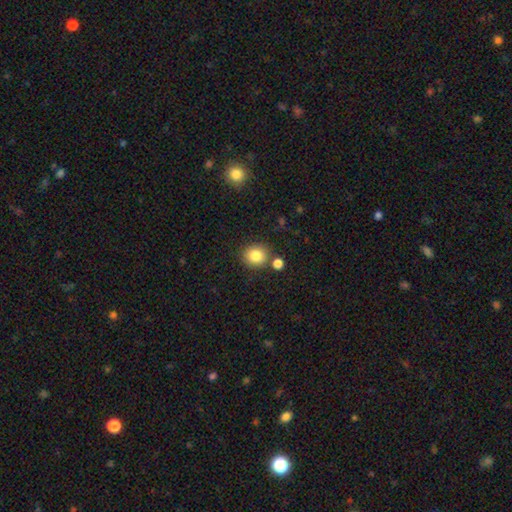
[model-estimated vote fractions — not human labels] This appears to be a smooth galaxy with no disk features (84%) that is round (79%). Merging: none (78%).